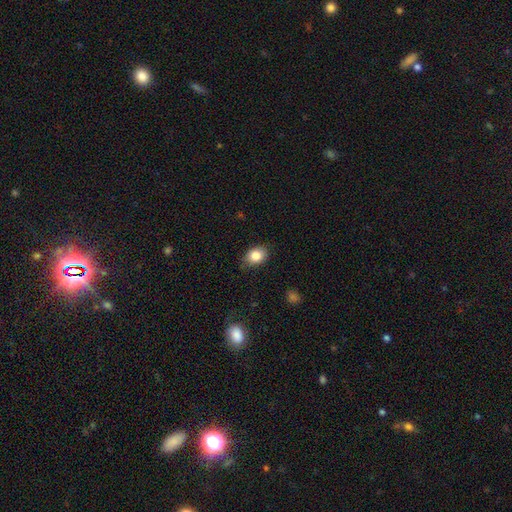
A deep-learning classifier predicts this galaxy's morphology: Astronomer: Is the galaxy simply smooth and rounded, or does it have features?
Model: smooth — 84%.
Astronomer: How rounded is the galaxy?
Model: in between — 71%.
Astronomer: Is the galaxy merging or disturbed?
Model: none — 80%.